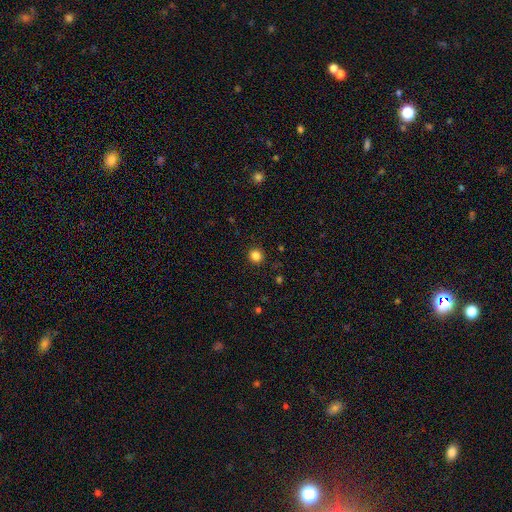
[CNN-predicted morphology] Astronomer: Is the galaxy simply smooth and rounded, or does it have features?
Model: smooth — 84%.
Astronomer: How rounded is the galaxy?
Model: round — 92%.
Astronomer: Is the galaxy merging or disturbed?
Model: none — 92%.